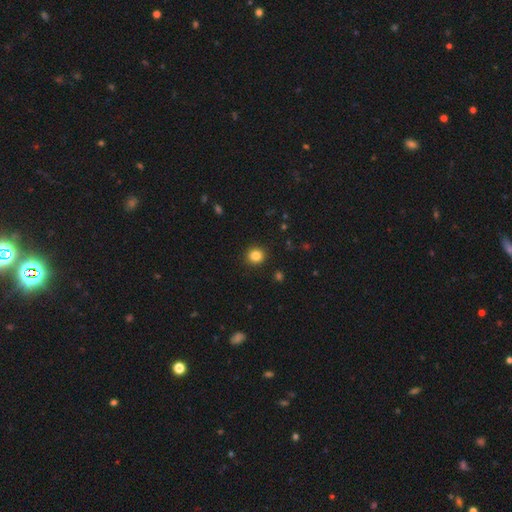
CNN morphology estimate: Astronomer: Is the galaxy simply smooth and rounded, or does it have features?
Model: smooth — 83%.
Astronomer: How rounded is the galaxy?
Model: round — 91%.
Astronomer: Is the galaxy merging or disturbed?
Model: none — 92%.